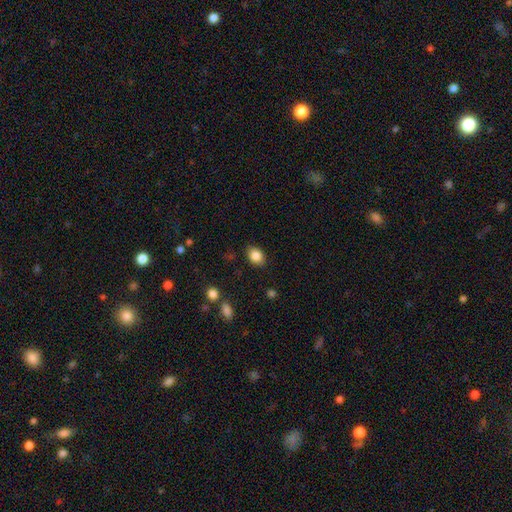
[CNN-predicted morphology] smooth 85%, star or artifact 9%, featured or disk 6%. Down the decision tree: how rounded — in between (73%); merging — none (86%).